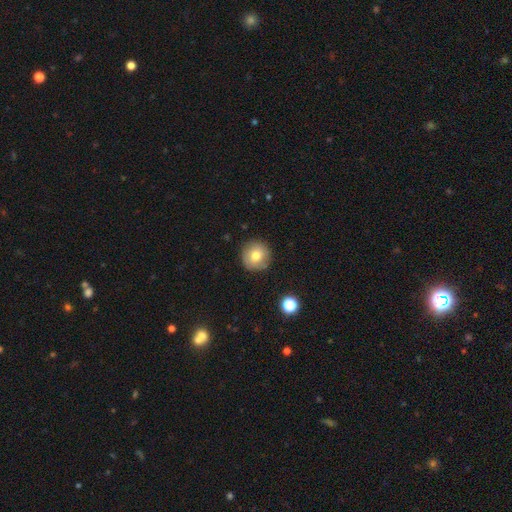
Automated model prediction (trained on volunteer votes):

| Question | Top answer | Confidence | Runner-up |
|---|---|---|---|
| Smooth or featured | smooth | 75% | featured or disk (15%) |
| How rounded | round | 95% | in between (4%) |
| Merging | none | 86% | minor disturbance (10%) |